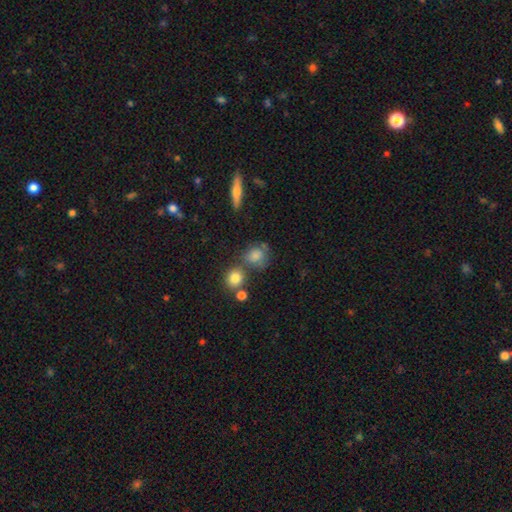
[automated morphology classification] Smooth or featured? smooth (75%)
How rounded? round (69%)
Merging? none (52%)